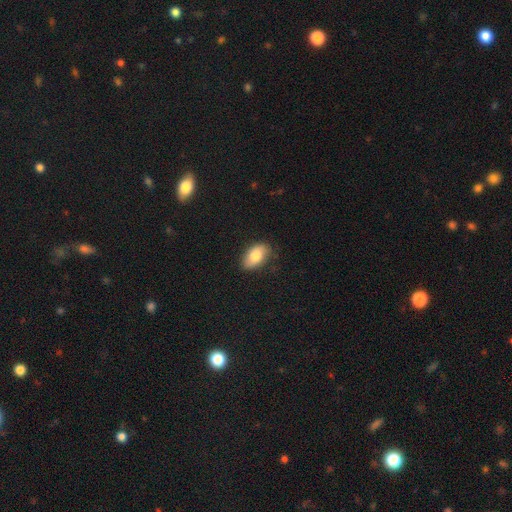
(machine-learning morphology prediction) Smooth or featured?
  - smooth: 79% *
  - featured or disk: 14%
  - star or artifact: 7%
How rounded?
  - in between: 93% *
  - round: 5%
  - cigar-shaped: 2%
Merging?
  - none: 80% *
  - minor disturbance: 16%
  - major disturbance: 3%
  - merger: 1%